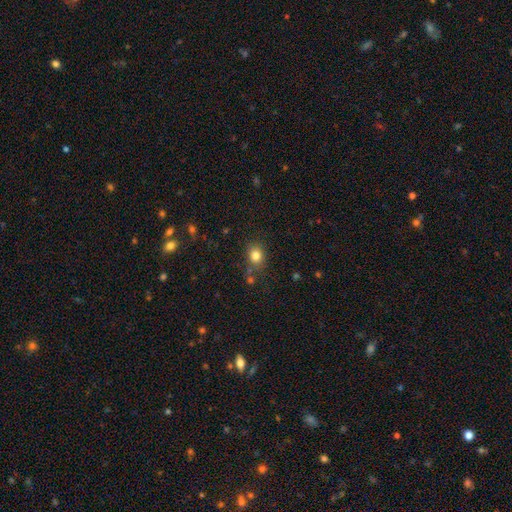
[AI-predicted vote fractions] A smooth galaxy with no disk features (81%) that is round (64%).

Vote fractions:
- Smooth or featured? smooth: 81% / star or artifact: 12% / featured or disk: 7%
- How rounded? round: 64% / in between: 36% / cigar-shaped: 1%
- Merging? none: 77% / minor disturbance: 13% / merger: 6% / major disturbance: 4%